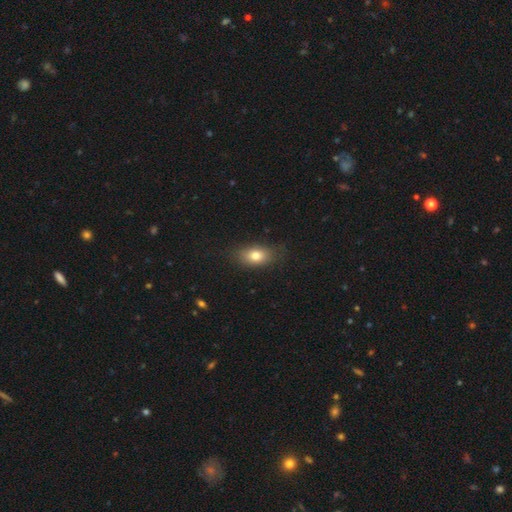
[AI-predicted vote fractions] smooth-or-featured: smooth: 79% | featured or disk: 12% | star or artifact: 9%
  how-rounded: in between: 82% | round: 15% | cigar-shaped: 3%
  merging: none: 80% | minor disturbance: 15% | major disturbance: 4% | merger: 1%